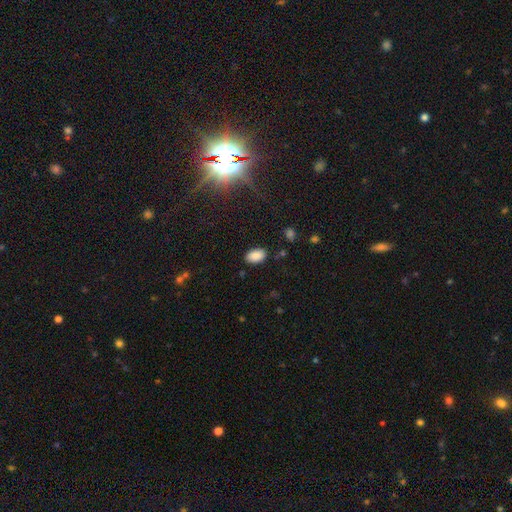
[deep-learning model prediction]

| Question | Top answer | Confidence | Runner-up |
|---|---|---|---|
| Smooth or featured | smooth | 88% | star or artifact (9%) |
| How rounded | in between | 93% | round (6%) |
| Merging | none | 85% | minor disturbance (10%) |